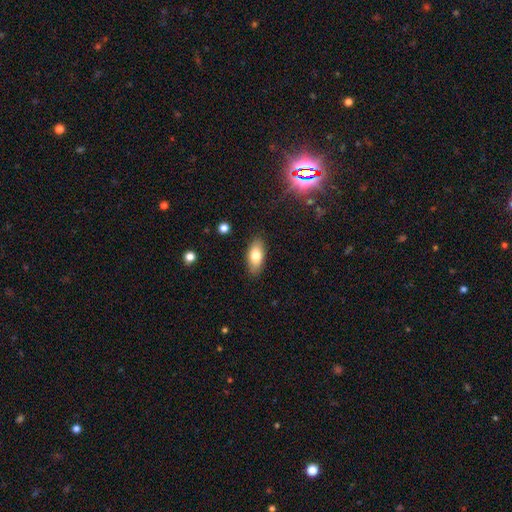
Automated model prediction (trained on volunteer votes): Smooth or featured: smooth — 76% (featured or disk — 17%)
How rounded: in between — 86% (cigar-shaped — 11%)
Merging: none — 87% (minor disturbance — 9%)